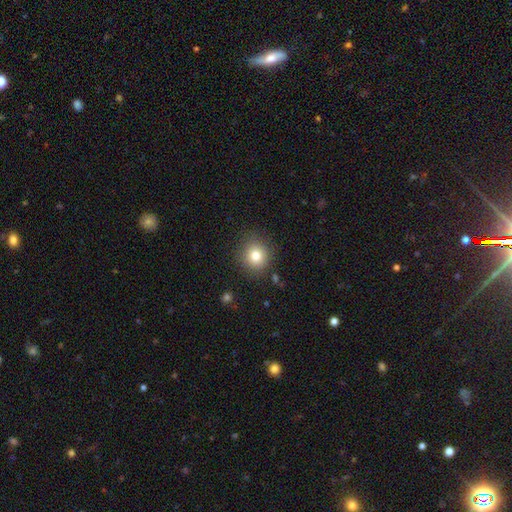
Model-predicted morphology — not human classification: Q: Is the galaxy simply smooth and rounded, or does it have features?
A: smooth — 80%.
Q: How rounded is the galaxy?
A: round — 87%.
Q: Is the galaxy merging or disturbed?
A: none — 86%.